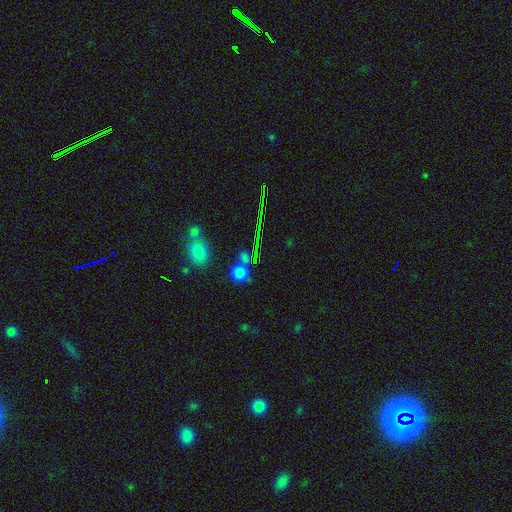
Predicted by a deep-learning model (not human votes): Smooth or featured? Predicted: smooth (p=0.47). Merging? Predicted: none (p=0.74).